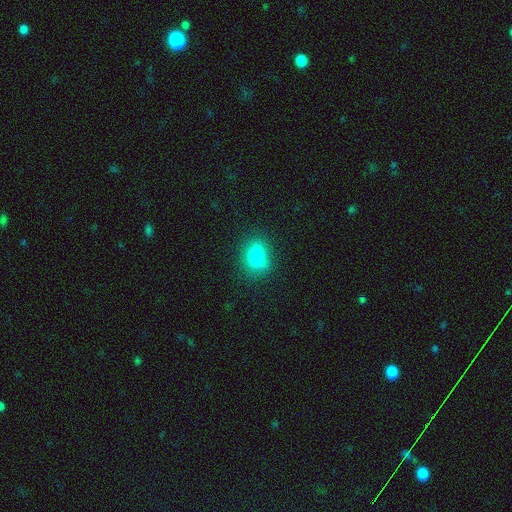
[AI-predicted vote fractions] Smooth or featured? smooth (81%)
How rounded? in between (69%)
Merging? none (62%)